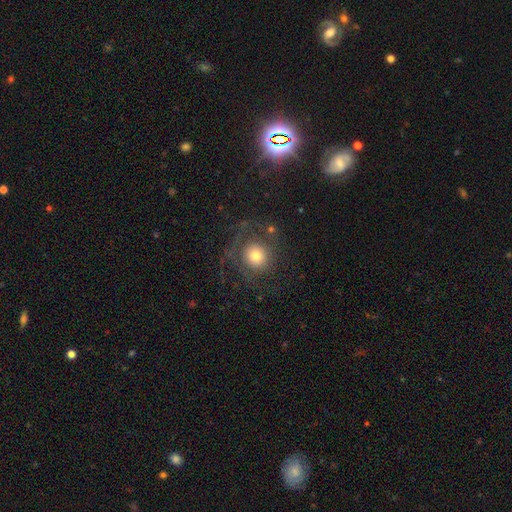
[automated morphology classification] A smooth galaxy with no disk features (55%) that is round (88%). Merging: none (64%).